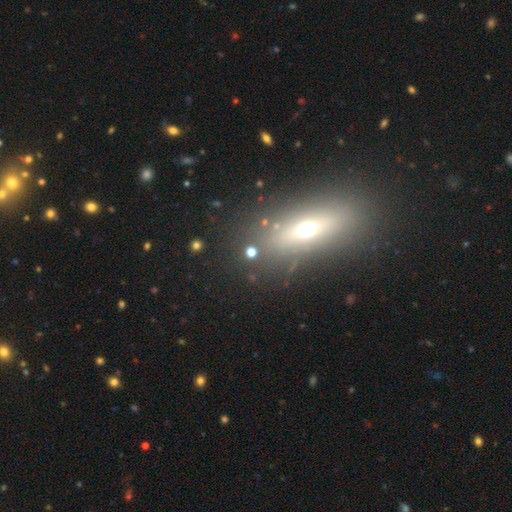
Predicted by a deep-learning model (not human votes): Smooth or featured?
  - smooth: 45% *
  - featured or disk: 37%
  - star or artifact: 18%
Merging?
  - none: 80% *
  - minor disturbance: 11%
  - major disturbance: 6%
  - merger: 4%